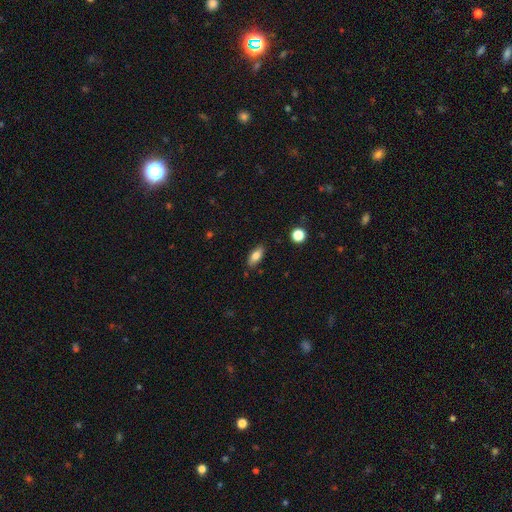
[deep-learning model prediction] Overall: smooth (80%). How rounded: in between (83%). Merging: none (86%).